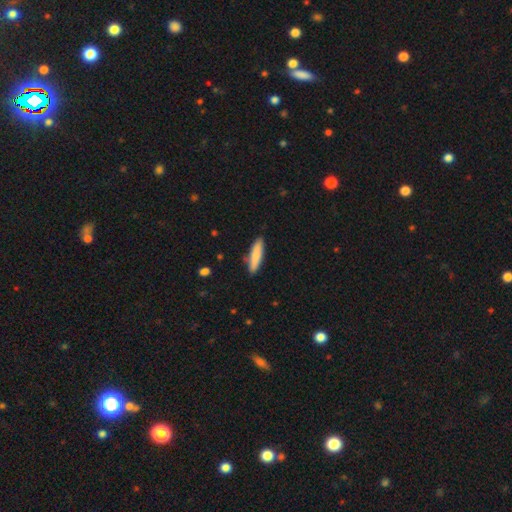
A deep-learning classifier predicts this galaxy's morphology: smooth 84%, featured or disk 11%, star or artifact 6%. Down the decision tree: how rounded — cigar-shaped (79%); merging — none (86%).